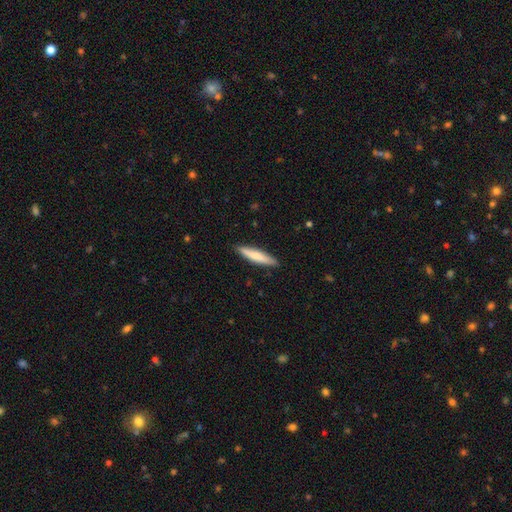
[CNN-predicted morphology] Smooth or featured? Predicted: smooth (p=0.70). How rounded? Predicted: cigar-shaped (p=0.87). Merging? Predicted: none (p=0.89).